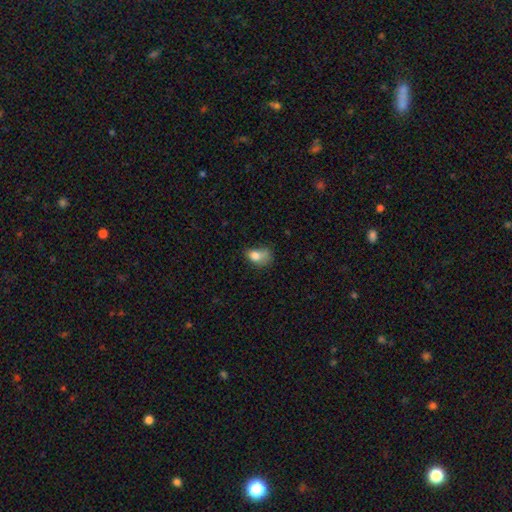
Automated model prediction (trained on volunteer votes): A smooth galaxy with no disk features (77%) that is in between round and cigar-shaped (77%). Merging: minor disturbance (35%).